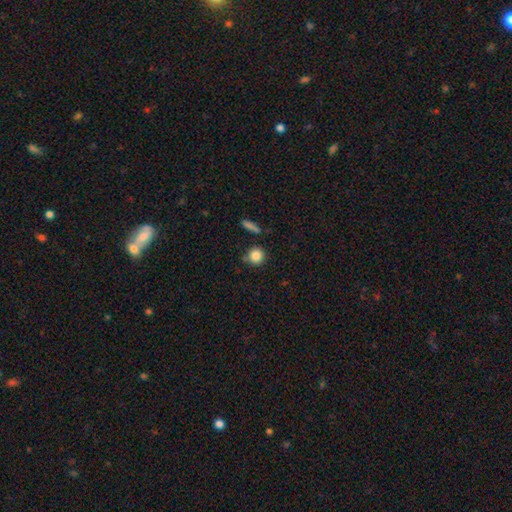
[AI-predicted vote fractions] Overall: smooth (85%). How rounded: round (91%). Merging: none (75%).